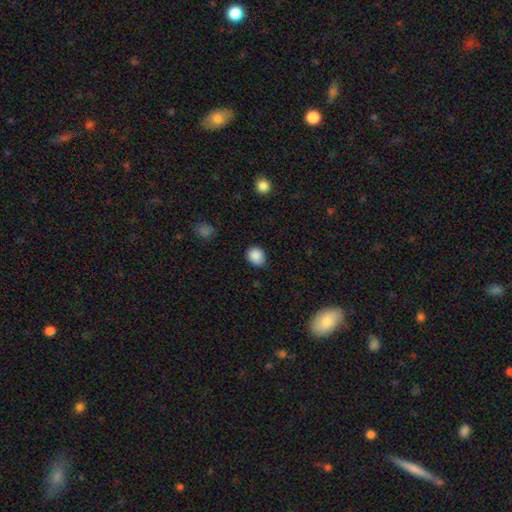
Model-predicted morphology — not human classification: This is clearly a smooth galaxy (88%). How rounded: possibly round (60%). Merging: likely none (80%).